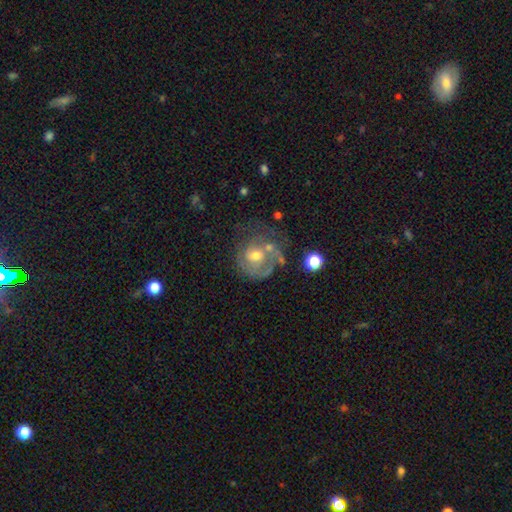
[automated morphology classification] Smooth or featured: featured or disk — 65% (smooth — 26%)
Edge-on disk: no — 97% (yes — 3%)
Bar: no — 67% (weak — 28%)
Spiral arms: yes — 69% (no — 31%)
Bulge size: moderate — 63% (small — 27%)
Merging: none — 40% (major disturbance — 25%)